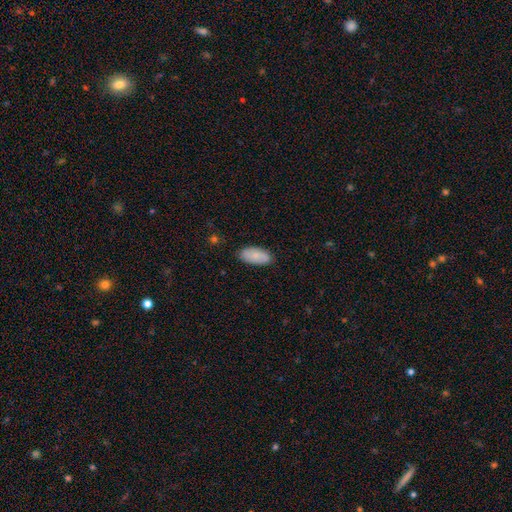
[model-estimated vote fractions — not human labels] This appears to be a smooth galaxy with no disk features (79%) that is in between round and cigar-shaped (93%). Merging: none (83%).